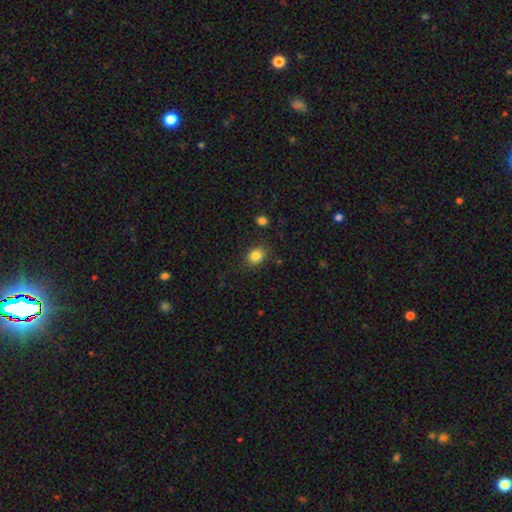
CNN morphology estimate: Smooth or featured: smooth — 84% (star or artifact — 10%)
How rounded: round — 57% (in between — 42%)
Merging: none — 85% (minor disturbance — 10%)